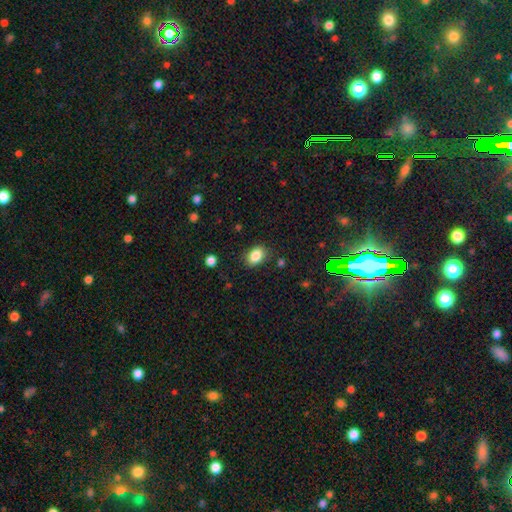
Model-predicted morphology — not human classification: The model was most divided on "how rounded": in between: 77%, round: 22%, cigar-shaped: 1%. More confident: smooth or featured — smooth (85%); merging — none (83%).